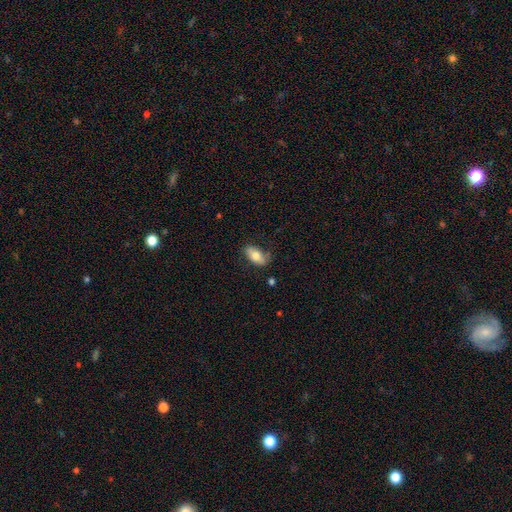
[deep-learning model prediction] A smooth galaxy with no disk features (73%) that is in between round and cigar-shaped (90%).

Vote fractions:
- Smooth or featured? smooth: 73% / featured or disk: 21% / star or artifact: 7%
- How rounded? in between: 90% / cigar-shaped: 7% / round: 3%
- Merging? none: 72% / minor disturbance: 21% / major disturbance: 5% / merger: 2%